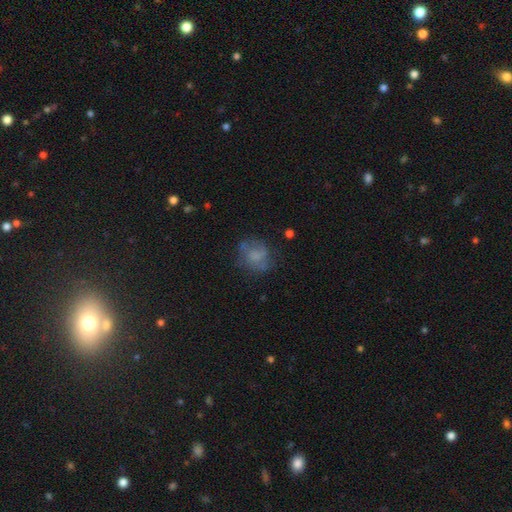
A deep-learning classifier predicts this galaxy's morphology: smooth_or_featured: smooth (p=0.52) [alt: featured or disk p=0.35]
how_rounded: round (p=0.64) [alt: in between p=0.35]
merging: none (p=0.58) [alt: minor disturbance p=0.23]